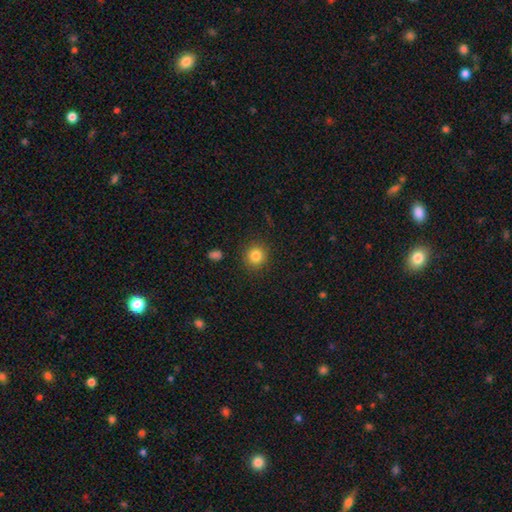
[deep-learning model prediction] Q: Smooth or featured?
A: smooth (84%); runner-up: star or artifact (11%)
Q: How rounded?
A: round (90%); runner-up: in between (9%)
Q: Merging?
A: none (90%); runner-up: minor disturbance (7%)